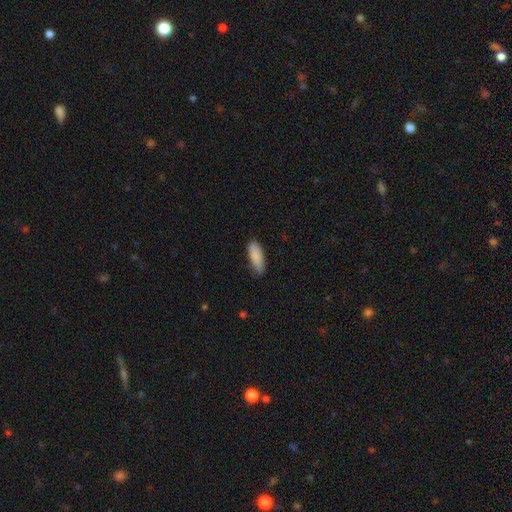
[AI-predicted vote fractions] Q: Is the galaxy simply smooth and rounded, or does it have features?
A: smooth — 88%.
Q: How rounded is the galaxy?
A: in between — 62%.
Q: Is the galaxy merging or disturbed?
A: none — 77%.